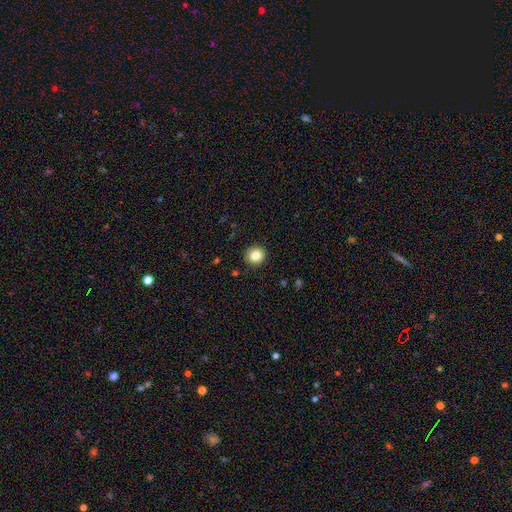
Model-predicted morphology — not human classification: The model was most divided on "smooth or featured": smooth: 84%, star or artifact: 10%, featured or disk: 6%. More confident: how rounded — round (91%); merging — none (91%).